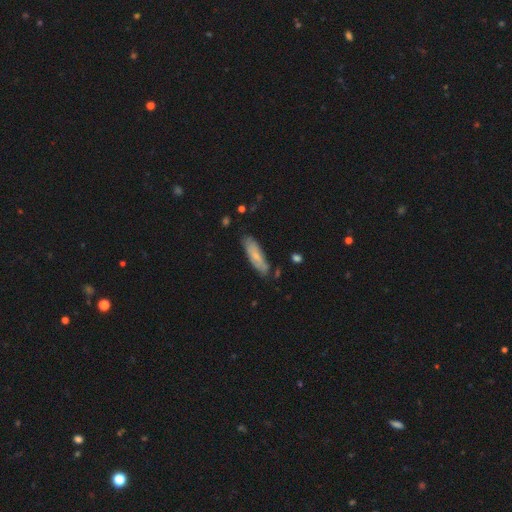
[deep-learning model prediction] A smooth galaxy with no disk features (61%) that is cigar-shaped (52%). Merging: none (73%).